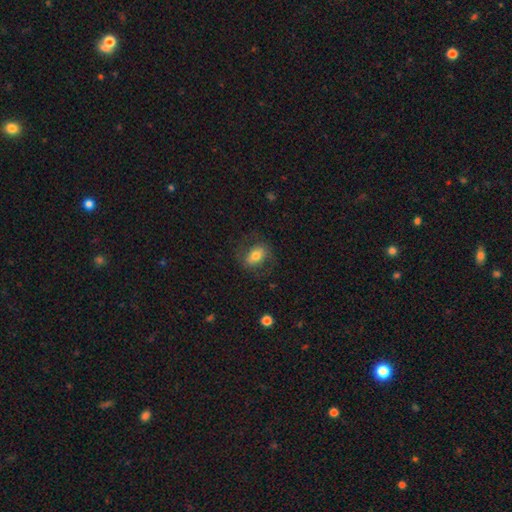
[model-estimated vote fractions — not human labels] Smooth or featured?
  - smooth: 64% *
  - featured or disk: 28%
  - star or artifact: 8%
How rounded?
  - in between: 79% *
  - round: 19%
  - cigar-shaped: 2%
Merging?
  - none: 70% *
  - minor disturbance: 16%
  - major disturbance: 12%
  - merger: 1%